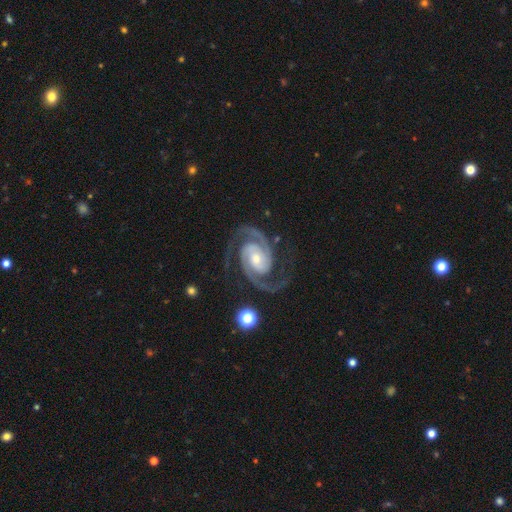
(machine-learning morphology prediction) Smooth or featured? featured or disk (94%)
Edge-on disk? no (98%)
Bar? no (47%)
Spiral arms? yes (99%)
Spiral winding? tight (48%)
Spiral arm count? 2 (92%)
Bulge size? moderate (48%)
Merging? none (81%)